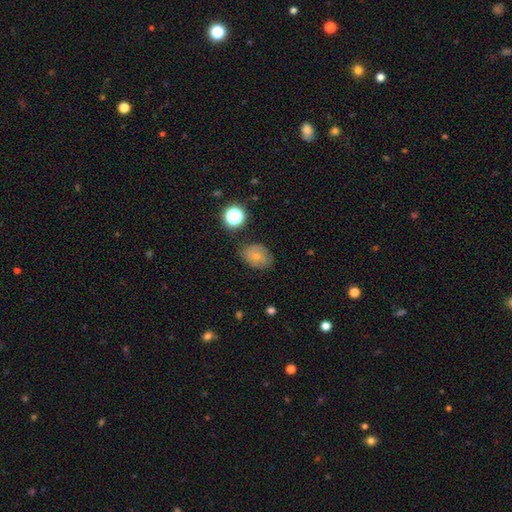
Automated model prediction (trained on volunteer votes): Smooth or featured? smooth (62%)
How rounded? in between (66%)
Merging? none (67%)